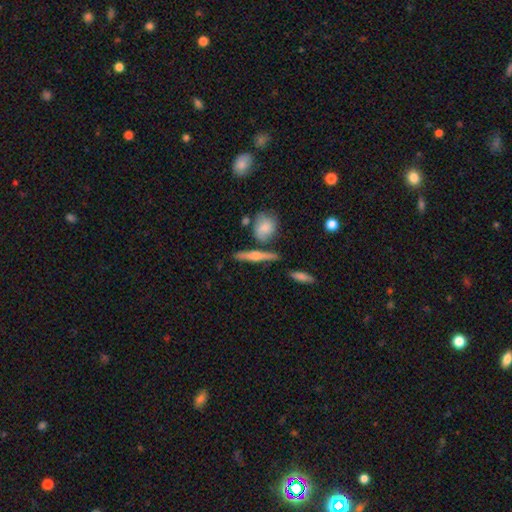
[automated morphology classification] featured or disk 49%, smooth 44%, star or artifact 8%. Down the decision tree: merging — none (72%).